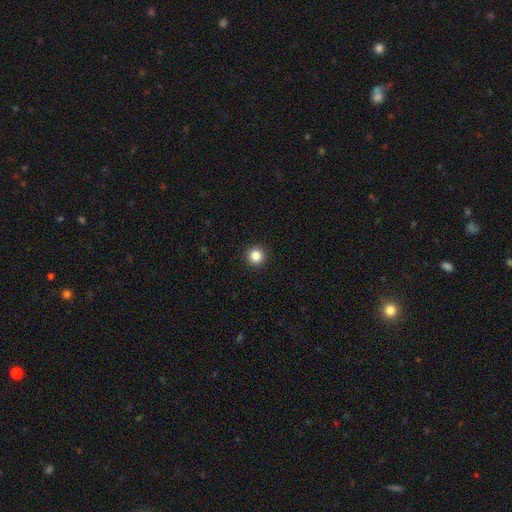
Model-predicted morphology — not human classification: Overall: smooth (86%). How rounded: round (96%). Merging: none (93%).